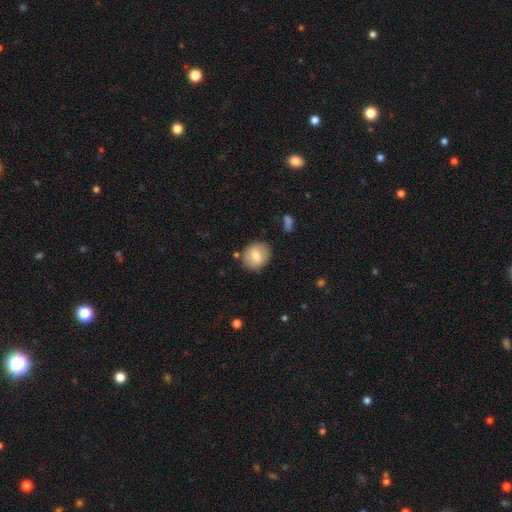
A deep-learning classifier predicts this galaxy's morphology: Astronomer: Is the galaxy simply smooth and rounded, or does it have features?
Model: smooth — 74%.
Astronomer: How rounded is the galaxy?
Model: round — 72%.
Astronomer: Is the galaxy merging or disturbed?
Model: none — 81%.